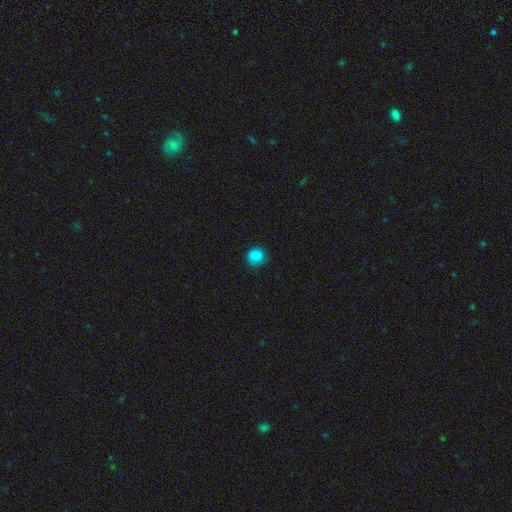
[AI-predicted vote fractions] Overall: smooth (84%). How rounded: round (78%). Merging: none (78%).